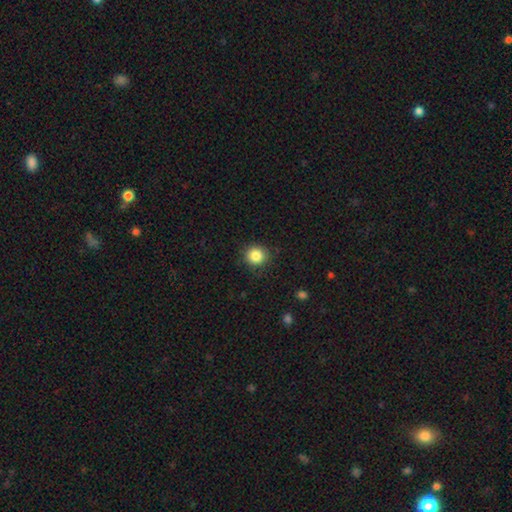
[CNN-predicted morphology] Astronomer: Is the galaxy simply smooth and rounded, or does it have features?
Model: smooth — 86%.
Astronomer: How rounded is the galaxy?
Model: round — 92%.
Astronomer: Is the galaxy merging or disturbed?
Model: none — 89%.